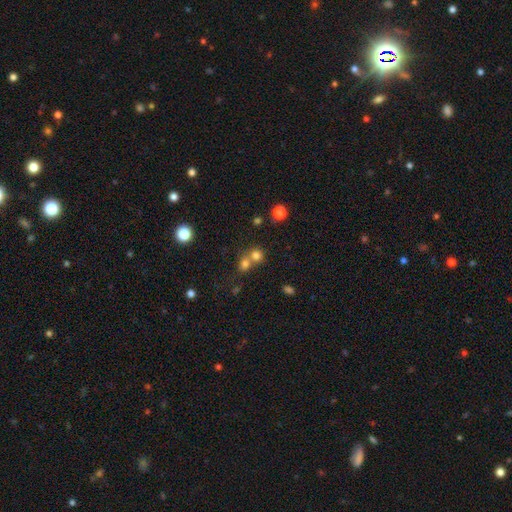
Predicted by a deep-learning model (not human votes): Smooth or featured: smooth — 74% (star or artifact — 16%)
How rounded: round — 84% (in between — 15%)
Merging: merger — 50% (none — 42%)